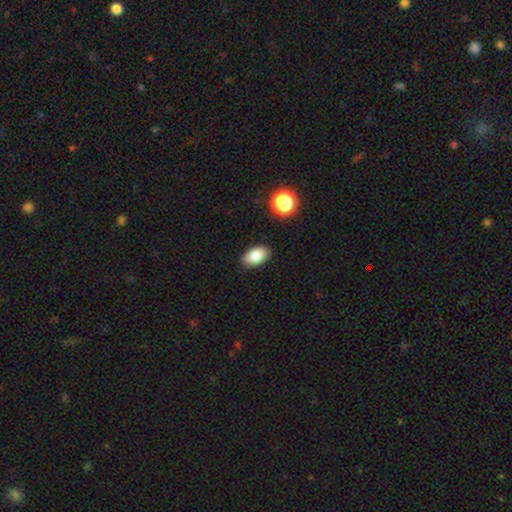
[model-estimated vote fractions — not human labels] A smooth galaxy with no disk features (84%) that is in between round and cigar-shaped (93%).

Vote fractions:
- Smooth or featured? smooth: 84% / star or artifact: 8% / featured or disk: 7%
- How rounded? in between: 93% / round: 6% / cigar-shaped: 2%
- Merging? none: 88% / minor disturbance: 8% / major disturbance: 2% / merger: 1%